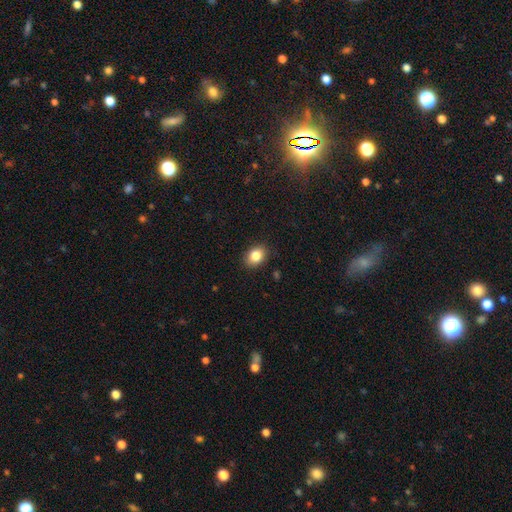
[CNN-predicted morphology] A smooth galaxy with no disk features (85%) that is in between round and cigar-shaped (63%). Merging: none (88%).